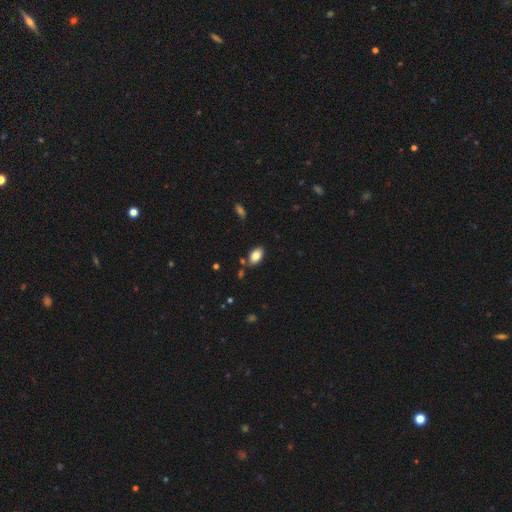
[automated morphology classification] This appears to be a smooth galaxy with no disk features (84%) that is in between round and cigar-shaped (91%). Merging: none (80%).